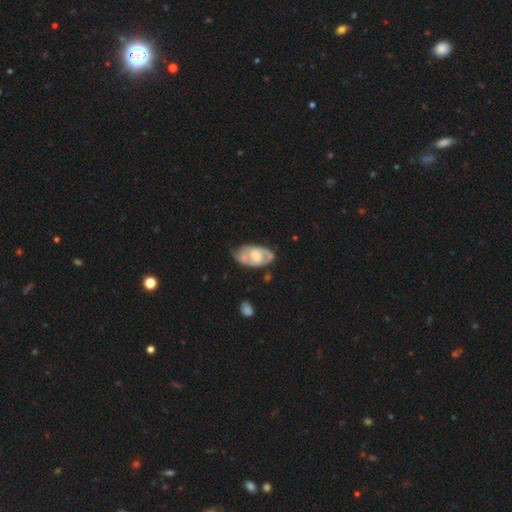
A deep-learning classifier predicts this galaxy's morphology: Smooth or featured: featured or disk — 72% (smooth — 24%)
Edge-on disk: no — 95% (yes — 5%)
Bar: no — 51% (weak — 41%)
Spiral arms: yes — 86% (no — 14%)
Spiral winding: medium — 46% (tight — 39%)
Spiral arm count: 2 — 76% (can't tell — 15%)
Bulge size: moderate — 48% (small — 34%)
Merging: none — 65% (minor disturbance — 25%)